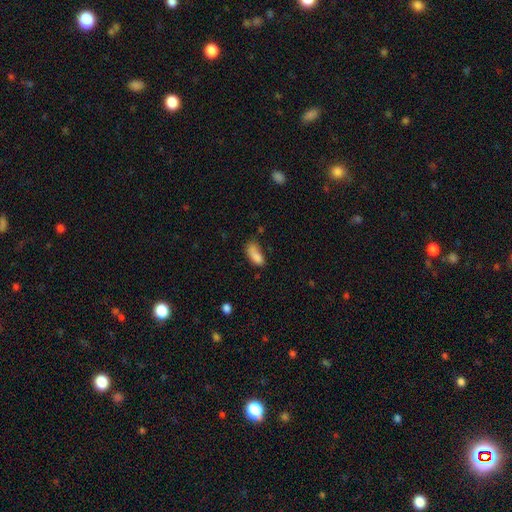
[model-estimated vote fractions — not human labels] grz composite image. It shows a smooth galaxy with no disk features (82%) that is in between round and cigar-shaped (84%). Merging: none (42%).